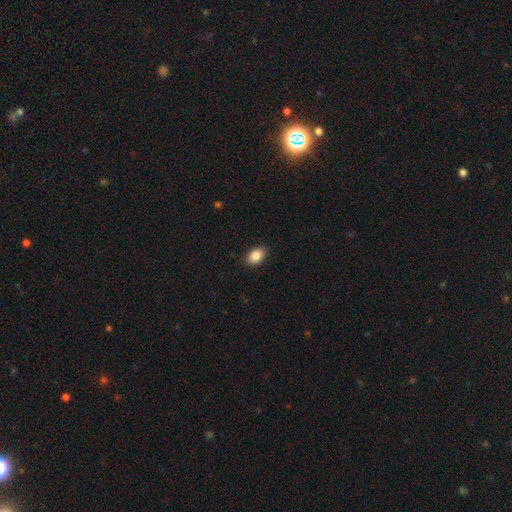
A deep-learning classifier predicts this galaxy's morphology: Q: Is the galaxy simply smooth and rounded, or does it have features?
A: smooth — 88%.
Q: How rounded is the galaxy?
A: in between — 86%.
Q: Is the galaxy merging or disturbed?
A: none — 88%.